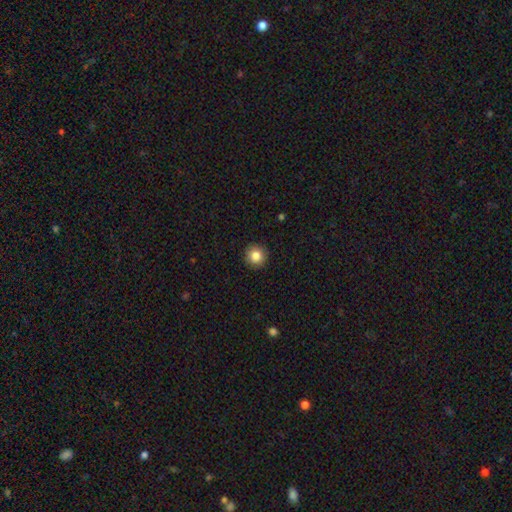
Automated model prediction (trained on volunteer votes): This is clearly a smooth galaxy (84%). How rounded: clearly round (95%). Merging: clearly none (93%).